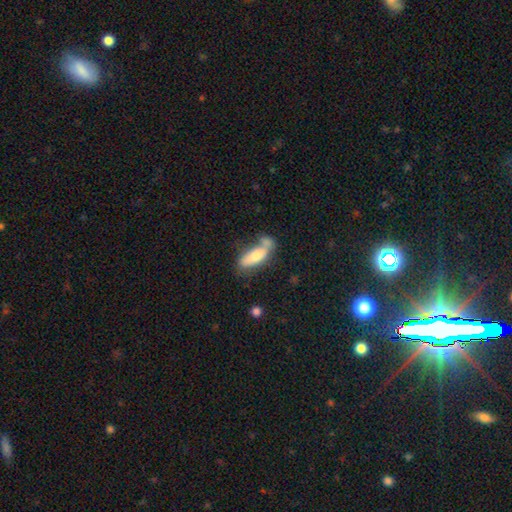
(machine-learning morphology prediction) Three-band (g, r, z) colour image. It shows a smooth galaxy with no disk features (67%) that is in between round and cigar-shaped (62%). Merging: none (42%).